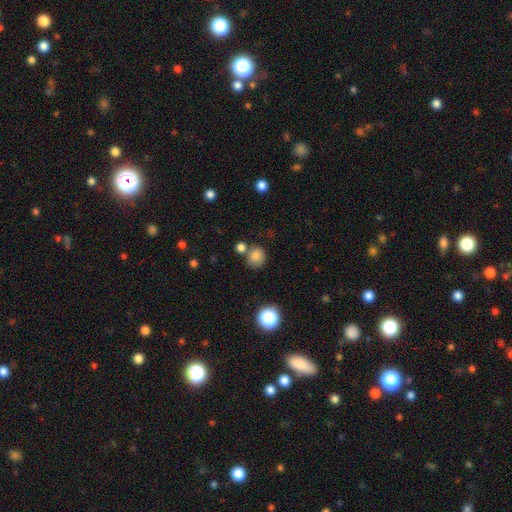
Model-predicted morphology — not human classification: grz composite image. It shows a smooth galaxy with no disk features (81%) that is round (80%). Merging: none (65%).